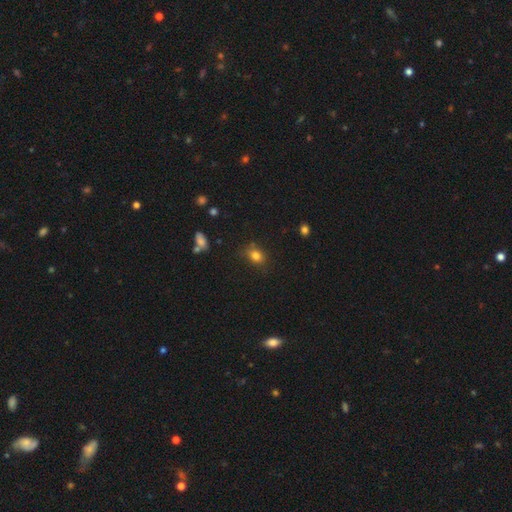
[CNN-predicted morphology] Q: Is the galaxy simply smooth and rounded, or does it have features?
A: smooth — 80%.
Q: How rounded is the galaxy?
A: in between — 54%.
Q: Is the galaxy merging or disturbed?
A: none — 70%.